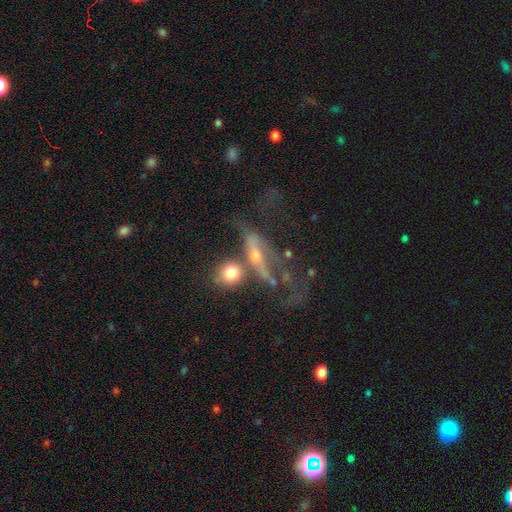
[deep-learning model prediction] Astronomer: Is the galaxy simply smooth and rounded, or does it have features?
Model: featured or disk — 62%.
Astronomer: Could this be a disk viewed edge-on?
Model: no — 56% (runner-up: yes, 44%).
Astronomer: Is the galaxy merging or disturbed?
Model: merger — 31% (runner-up: major disturbance, 30%).